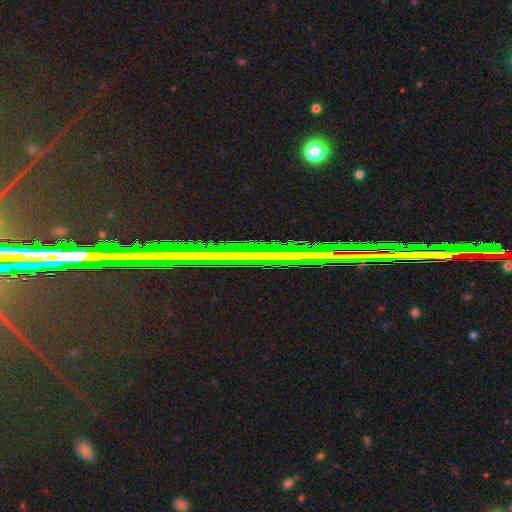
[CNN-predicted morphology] A star or artifact, not a galaxy (75%).

Vote fractions:
- Smooth or featured? star or artifact: 75% / featured or disk: 16% / smooth: 9%